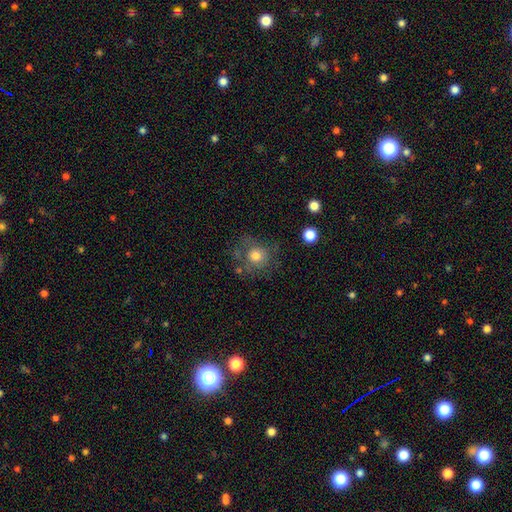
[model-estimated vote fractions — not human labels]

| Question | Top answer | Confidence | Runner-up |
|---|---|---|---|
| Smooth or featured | smooth | 72% | featured or disk (18%) |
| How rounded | round | 87% | in between (12%) |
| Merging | none | 61% | minor disturbance (20%) |